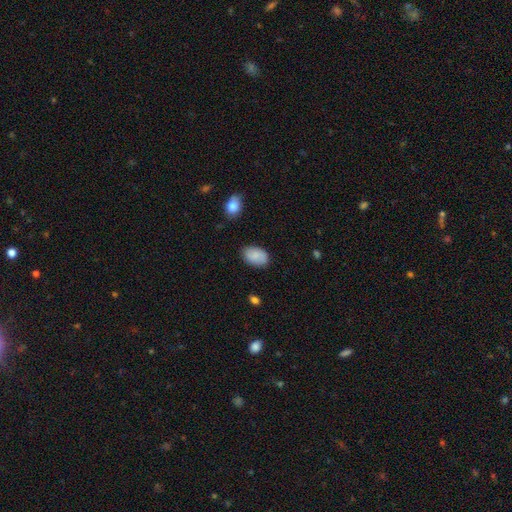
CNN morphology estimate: Smooth or featured?
  - smooth: 84% *
  - featured or disk: 9%
  - star or artifact: 7%
How rounded?
  - in between: 88% *
  - round: 11%
  - cigar-shaped: 1%
Merging?
  - none: 83% *
  - minor disturbance: 13%
  - major disturbance: 3%
  - merger: 2%